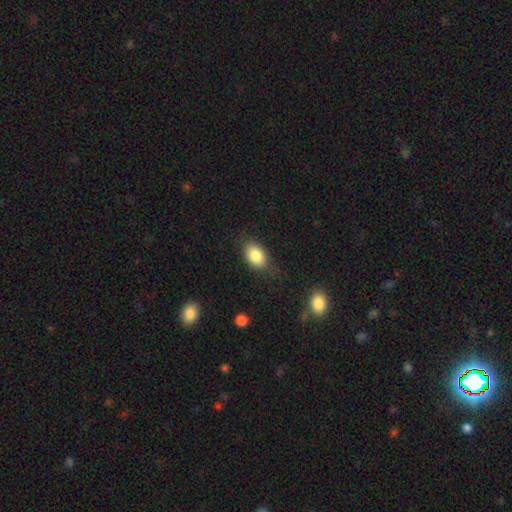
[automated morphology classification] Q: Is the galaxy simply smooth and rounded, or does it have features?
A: smooth — 85%.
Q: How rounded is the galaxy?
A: in between — 81%.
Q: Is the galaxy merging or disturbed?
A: none — 74%.